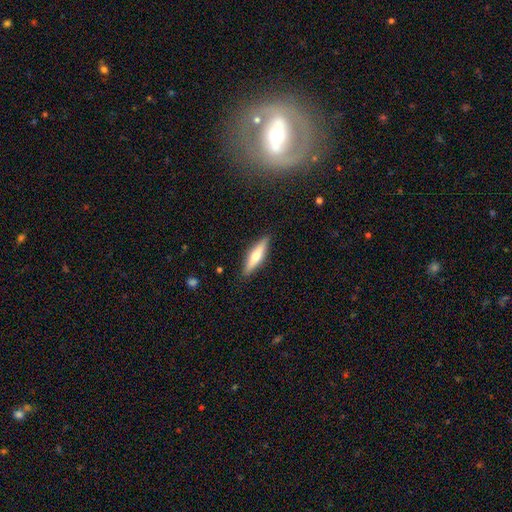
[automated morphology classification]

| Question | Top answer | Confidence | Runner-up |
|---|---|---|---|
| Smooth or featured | smooth | 53% | featured or disk (42%) |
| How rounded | cigar-shaped | 75% | in between (23%) |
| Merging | none | 88% | minor disturbance (9%) |